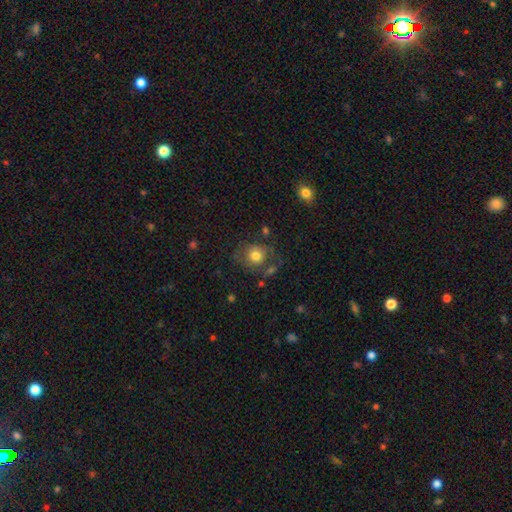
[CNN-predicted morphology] smooth_or_featured: smooth (p=0.69) [alt: featured or disk p=0.21]
how_rounded: round (p=0.79) [alt: in between p=0.21]
merging: none (p=0.61) [alt: minor disturbance p=0.20]